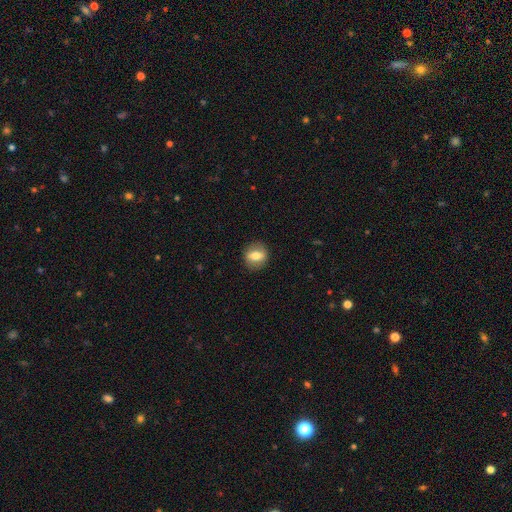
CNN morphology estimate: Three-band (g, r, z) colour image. It shows a smooth galaxy with no disk features (63%) that is round (64%). Merging: none (87%).